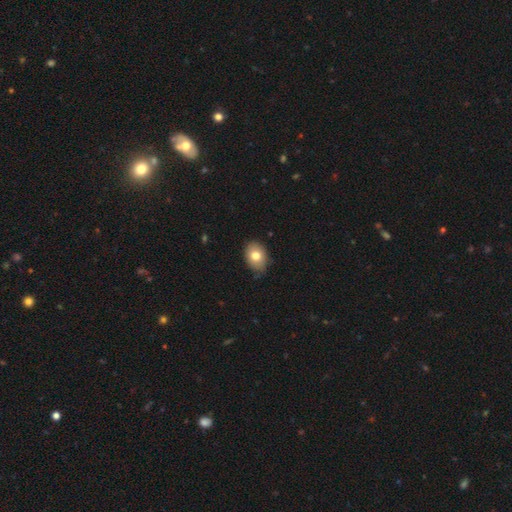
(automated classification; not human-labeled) Q: Smooth or featured?
A: smooth (78%); runner-up: featured or disk (13%)
Q: How rounded?
A: in between (66%); runner-up: round (33%)
Q: Merging?
A: none (75%); runner-up: minor disturbance (21%)